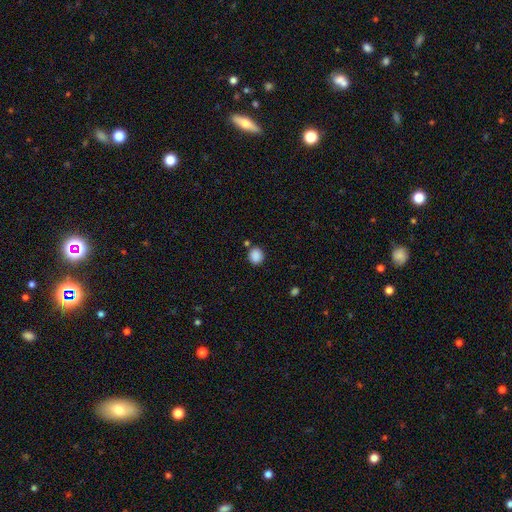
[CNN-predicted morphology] This is clearly a smooth galaxy (88%). How rounded: clearly round (80%). Merging: clearly none (82%).